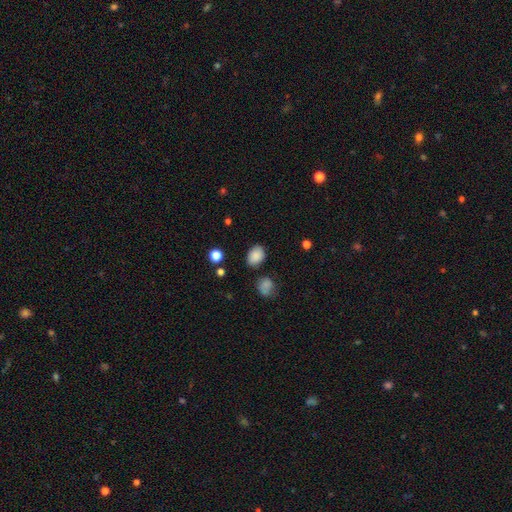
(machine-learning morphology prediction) The model was most divided on "how rounded": in between: 70%, round: 29%, cigar-shaped: 1%. More confident: smooth or featured — smooth (86%); merging — none (79%).